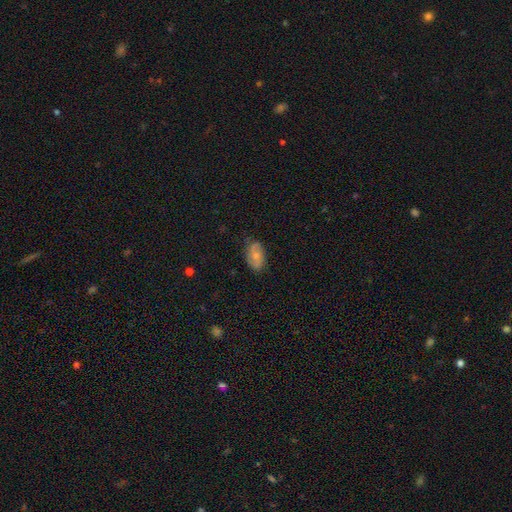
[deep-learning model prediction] This appears to be a smooth galaxy with no disk features (55%) that is in between round and cigar-shaped (91%). Merging: none (74%).